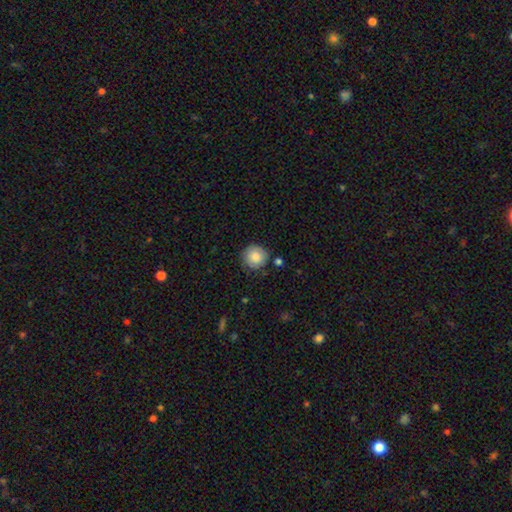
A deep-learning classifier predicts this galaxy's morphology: A smooth galaxy with no disk features (82%) that is round (93%). Merging: none (79%).